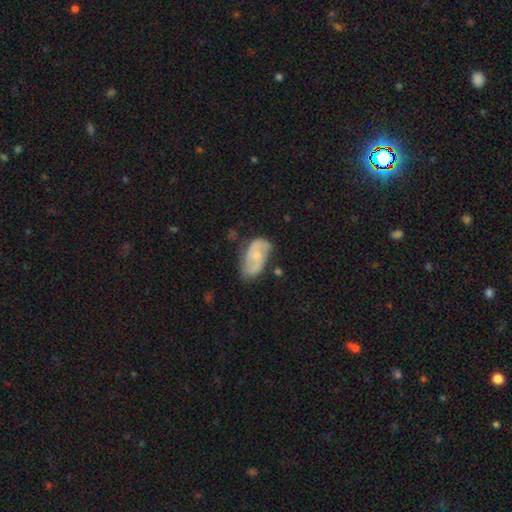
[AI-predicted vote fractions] Q: Smooth or featured?
A: featured or disk (71%); runner-up: smooth (24%)
Q: Edge-on disk?
A: no (97%); runner-up: yes (3%)
Q: Bar?
A: no (54%); runner-up: weak (39%)
Q: Spiral arms?
A: yes (91%); runner-up: no (9%)
Q: Spiral winding?
A: medium (45%); runner-up: loose (34%)
Q: Spiral arm count?
A: 2 (86%); runner-up: can't tell (8%)
Q: Bulge size?
A: small (57%); runner-up: moderate (33%)
Q: Merging?
A: none (66%); runner-up: minor disturbance (24%)